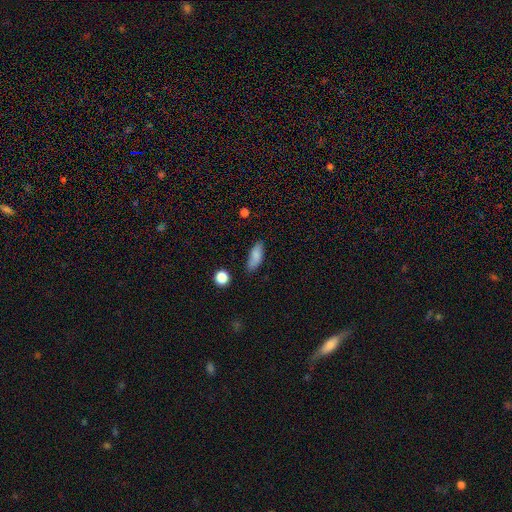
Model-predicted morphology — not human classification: type=smooth (84%); roundness=in between (72%); merging=none (77%).